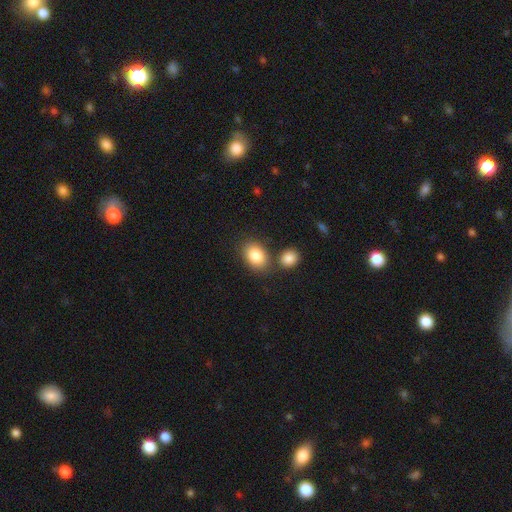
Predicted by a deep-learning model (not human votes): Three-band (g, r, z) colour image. It shows a smooth galaxy with no disk features (85%) that is in between round and cigar-shaped (77%). Merging: none (67%).